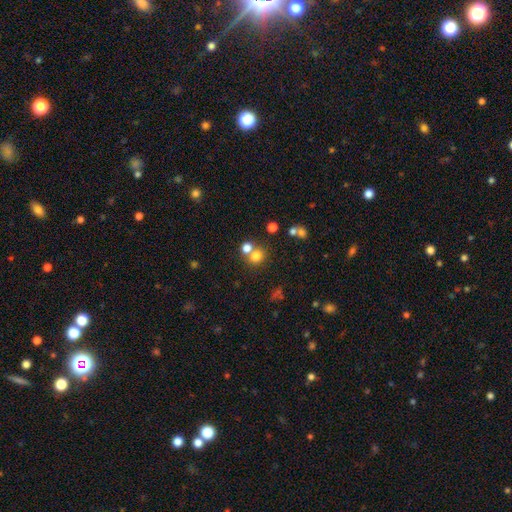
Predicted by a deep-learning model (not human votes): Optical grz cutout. It shows a smooth galaxy with no disk features (74%) that is round (79%). Merging: none (53%).